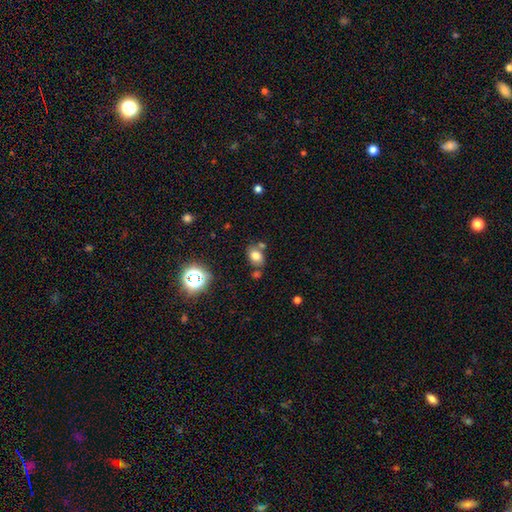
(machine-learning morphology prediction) smooth 75%, star or artifact 14%, featured or disk 10%. Down the decision tree: how rounded — in between (69%); merging — none (67%).